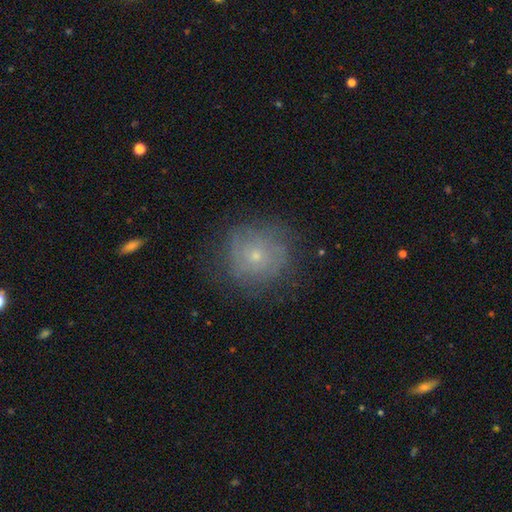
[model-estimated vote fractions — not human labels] This is marginally a featured or disk galaxy (44%). Merging: likely none (74%).